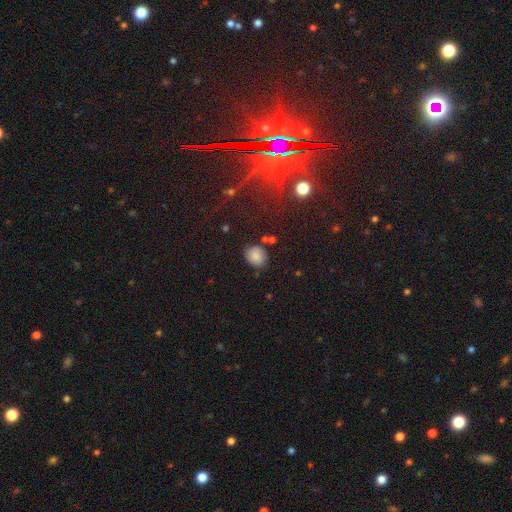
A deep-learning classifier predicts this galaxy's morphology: Smooth or featured? smooth (82%)
How rounded? round (73%)
Merging? none (81%)